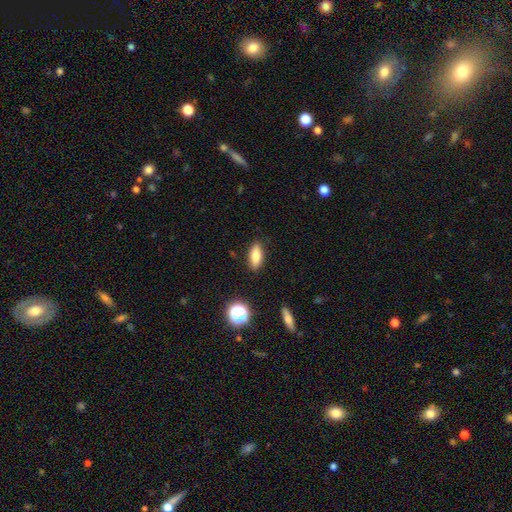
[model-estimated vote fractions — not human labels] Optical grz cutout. It shows a smooth galaxy with no disk features (80%) that is in between round and cigar-shaped (74%). Merging: none (87%).